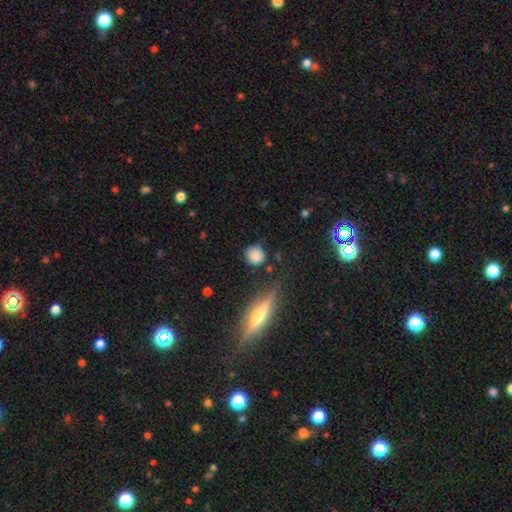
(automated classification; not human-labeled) A smooth galaxy with no disk features (80%) that is round (86%).

Vote fractions:
- Smooth or featured? smooth: 80% / featured or disk: 11% / star or artifact: 10%
- How rounded? round: 86% / in between: 11% / cigar-shaped: 3%
- Merging? none: 78% / minor disturbance: 14% / major disturbance: 4% / merger: 3%